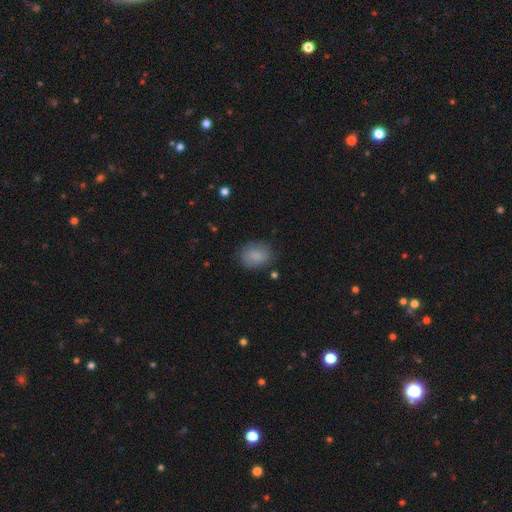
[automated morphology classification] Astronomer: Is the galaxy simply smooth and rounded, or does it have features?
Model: smooth — 84%.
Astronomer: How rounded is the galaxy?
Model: in between — 51% (runner-up: round, 48%).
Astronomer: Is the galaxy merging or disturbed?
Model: none — 78%.